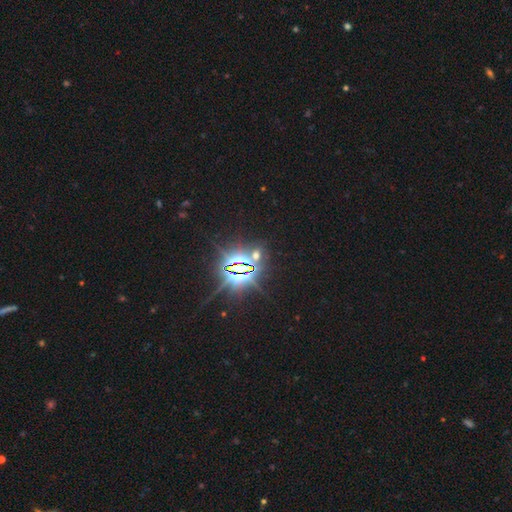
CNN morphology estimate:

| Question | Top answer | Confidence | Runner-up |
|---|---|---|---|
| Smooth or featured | star or artifact | 76% | smooth (16%) |